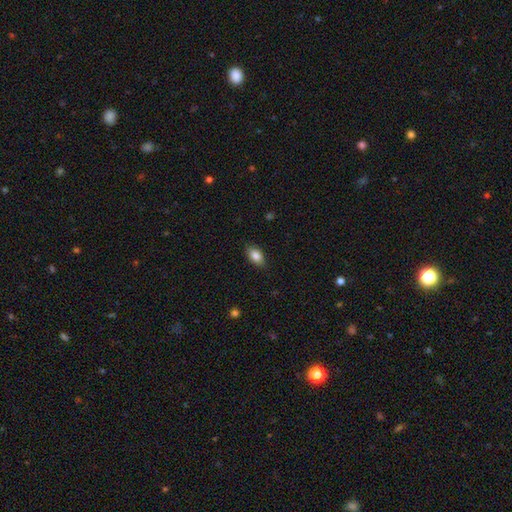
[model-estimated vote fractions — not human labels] Smooth or featured? smooth (84%)
How rounded? in between (89%)
Merging? none (86%)